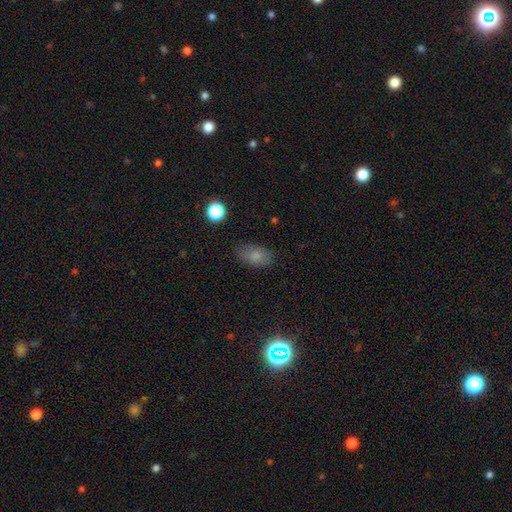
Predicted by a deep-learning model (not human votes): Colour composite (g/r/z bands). It shows a smooth galaxy with no disk features (80%) that is in between round and cigar-shaped (89%). Merging: none (77%).